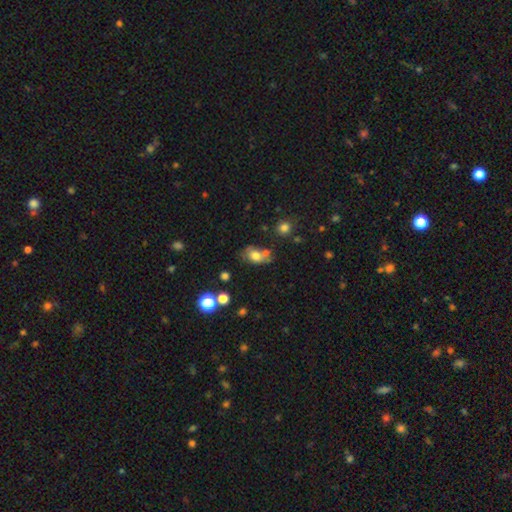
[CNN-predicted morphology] This is likely a smooth galaxy (69%). How rounded: likely in between (76%). Merging: marginally none (42%).